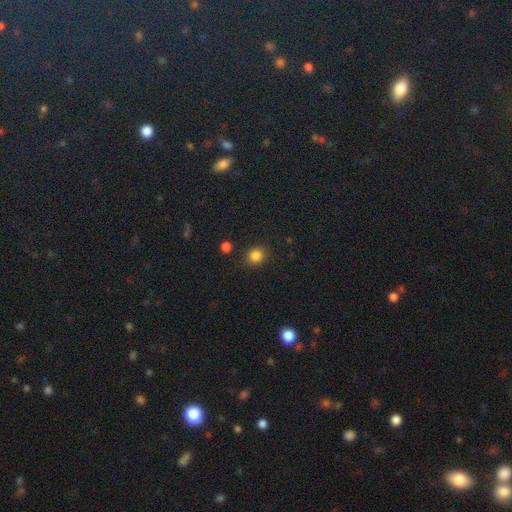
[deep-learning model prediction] A smooth galaxy with no disk features (83%) that is round (81%). Merging: none (85%).